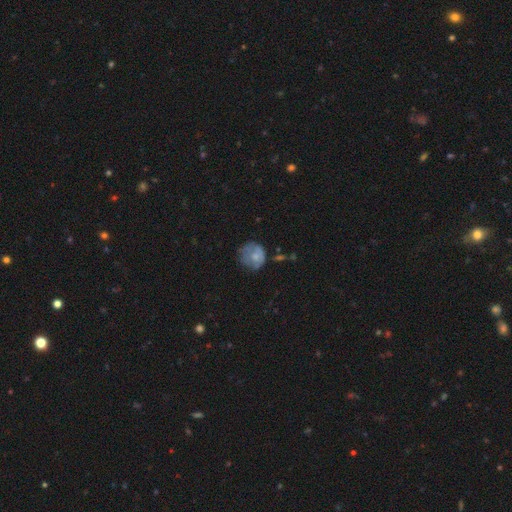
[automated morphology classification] Overall: smooth (63%; featured or disk 28%). How rounded: round (79%). Merging: none (47%; minor disturbance 31%).